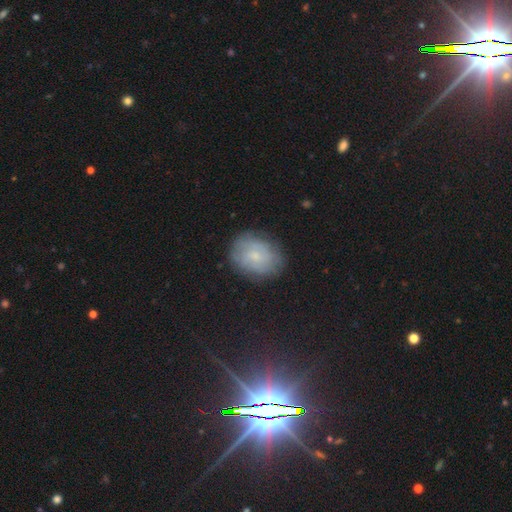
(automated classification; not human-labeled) This is marginally a featured or disk galaxy (45%). Merging: likely none (78%).